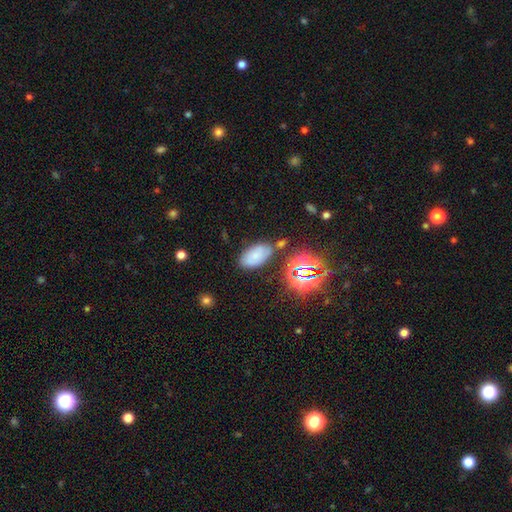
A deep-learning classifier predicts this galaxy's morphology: This is likely a smooth galaxy (63%). How rounded: clearly in between (93%). Merging: likely none (69%).